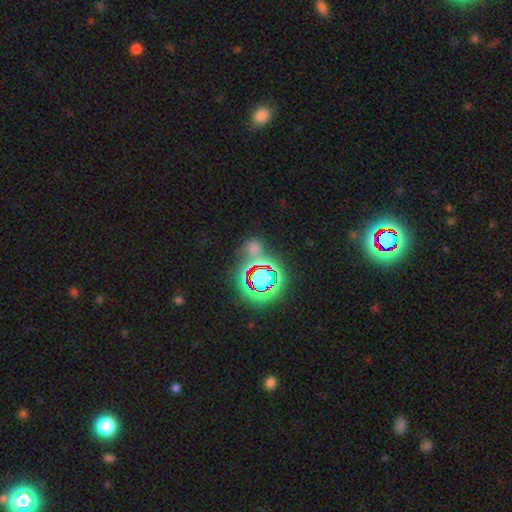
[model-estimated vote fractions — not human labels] Smooth or featured?
  - star or artifact: 72% *
  - smooth: 19%
  - featured or disk: 9%